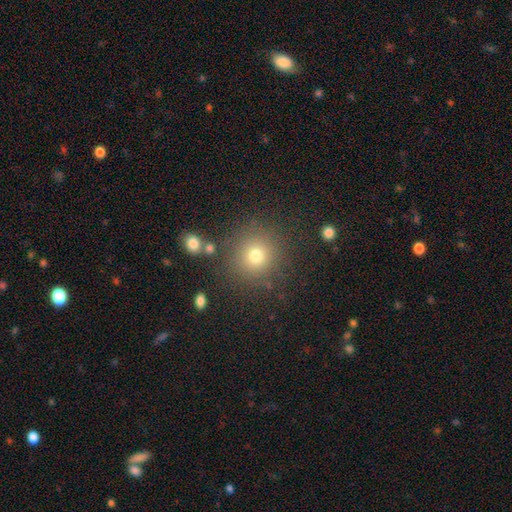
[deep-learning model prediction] A smooth galaxy with no disk features (75%) that is round (92%).

Vote fractions:
- Smooth or featured? smooth: 75% / star or artifact: 17% / featured or disk: 8%
- How rounded? round: 92% / in between: 7% / cigar-shaped: 1%
- Merging? none: 85% / minor disturbance: 8% / major disturbance: 4% / merger: 3%